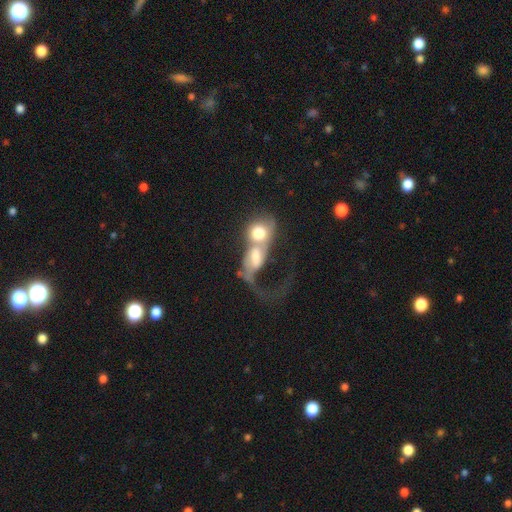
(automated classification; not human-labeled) Morphology: type=featured or disk (48%); merging=merger (76%).